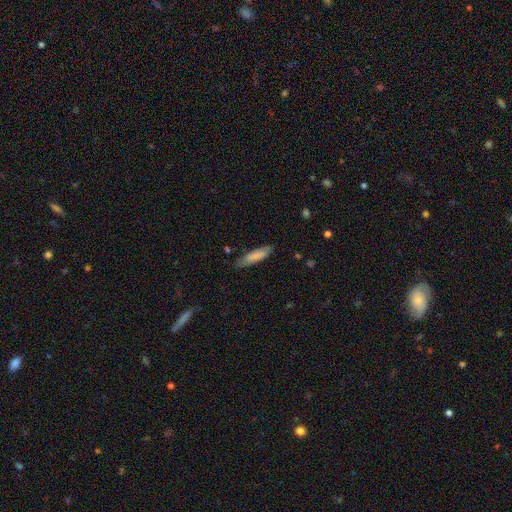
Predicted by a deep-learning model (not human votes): This appears to be a smooth galaxy with no disk features (79%) that is cigar-shaped (70%). Merging: none (77%).